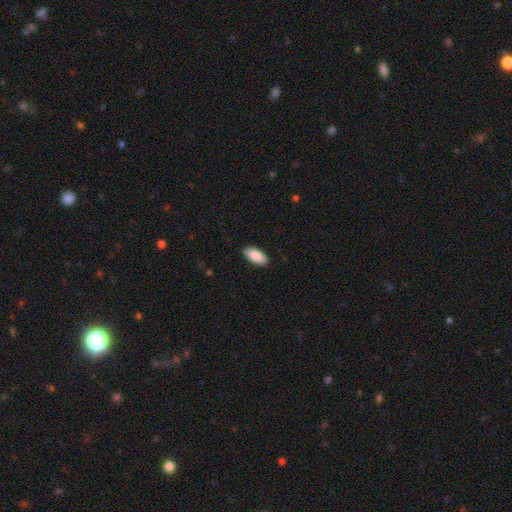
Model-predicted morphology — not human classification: Smooth or featured?
  - smooth: 89% *
  - star or artifact: 6%
  - featured or disk: 6%
How rounded?
  - in between: 89% *
  - cigar-shaped: 9%
  - round: 2%
Merging?
  - none: 90% *
  - minor disturbance: 8%
  - major disturbance: 2%
  - merger: 1%